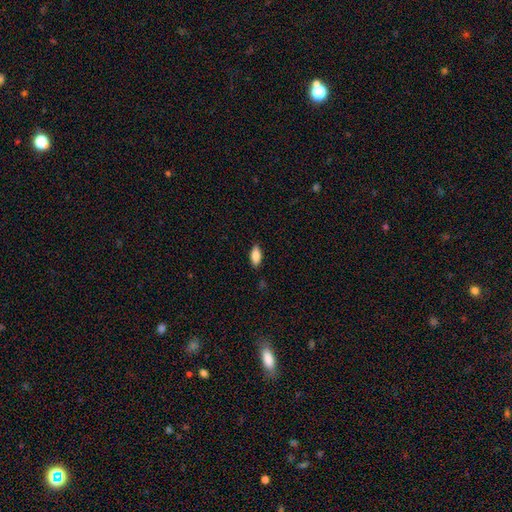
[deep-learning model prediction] Smooth or featured?
  - smooth: 85% *
  - featured or disk: 8%
  - star or artifact: 7%
How rounded?
  - in between: 84% *
  - cigar-shaped: 14%
  - round: 2%
Merging?
  - none: 85% *
  - minor disturbance: 12%
  - major disturbance: 2%
  - merger: 1%